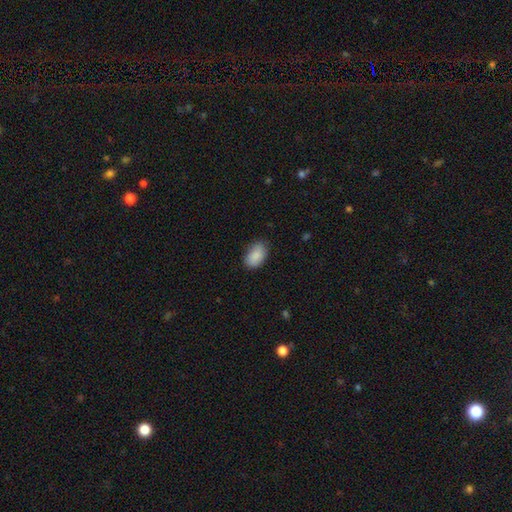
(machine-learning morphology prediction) This appears to be a smooth galaxy with no disk features (89%) that is in between round and cigar-shaped (91%). Merging: none (80%).